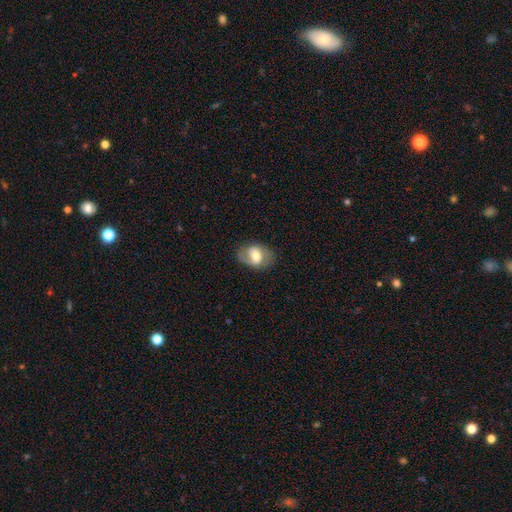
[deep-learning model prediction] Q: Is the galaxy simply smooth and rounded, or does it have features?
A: featured or disk — 57%.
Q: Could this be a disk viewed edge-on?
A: no — 95%.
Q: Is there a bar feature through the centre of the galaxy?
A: no — 42%.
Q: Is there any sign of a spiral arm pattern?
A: yes — 75%.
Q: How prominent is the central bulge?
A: moderate — 67%.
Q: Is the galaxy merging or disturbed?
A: none — 70%.